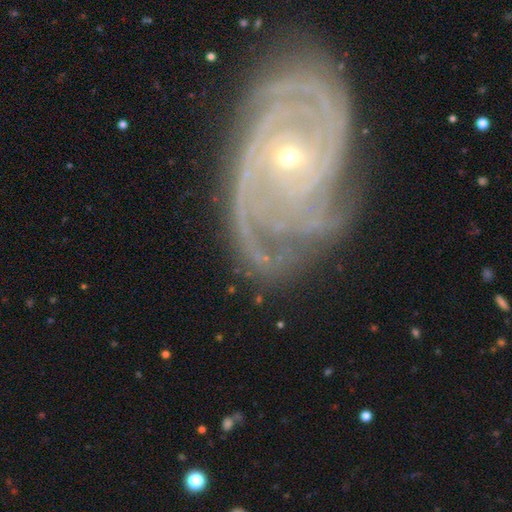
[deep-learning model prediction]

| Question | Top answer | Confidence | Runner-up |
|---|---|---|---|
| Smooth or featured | featured or disk | 70% | star or artifact (15%) |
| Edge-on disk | no | 91% | yes (9%) |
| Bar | no | 59% | weak (23%) |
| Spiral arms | yes | 85% | no (15%) |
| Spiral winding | tight | 61% | medium (27%) |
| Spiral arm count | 2 | 28% | tied: can't tell (28%) |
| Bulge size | small | 53% | moderate (35%) |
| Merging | none | 67% | minor disturbance (16%) |